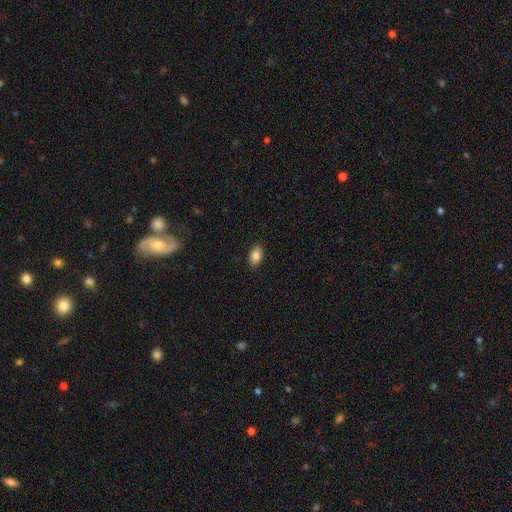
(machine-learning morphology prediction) type=smooth (85%); roundness=in between (90%); merging=none (88%).